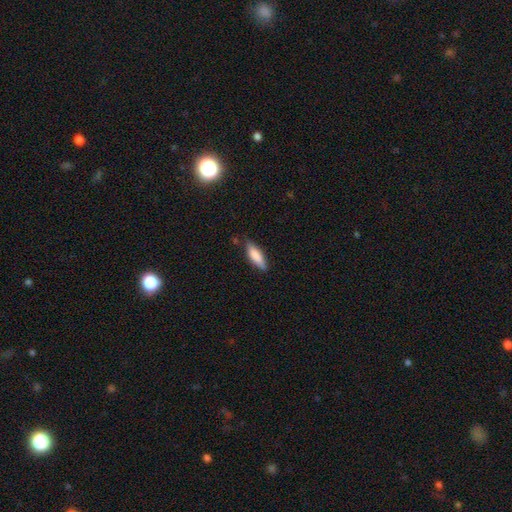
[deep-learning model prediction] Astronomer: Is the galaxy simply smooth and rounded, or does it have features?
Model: smooth — 80%.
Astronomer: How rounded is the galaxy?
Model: cigar-shaped — 58% (runner-up: in between, 41%).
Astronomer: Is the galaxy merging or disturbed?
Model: none — 78%.